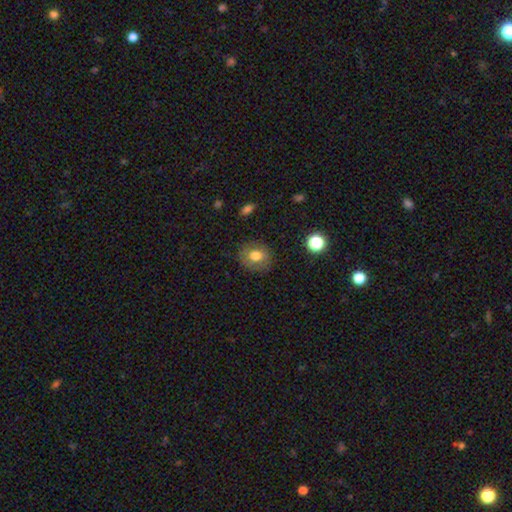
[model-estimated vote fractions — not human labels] smooth-or-featured: smooth: 72% | featured or disk: 18% | star or artifact: 10%
  how-rounded: round: 68% | in between: 31% | cigar-shaped: 1%
  merging: none: 83% | minor disturbance: 12% | major disturbance: 4% | merger: 1%